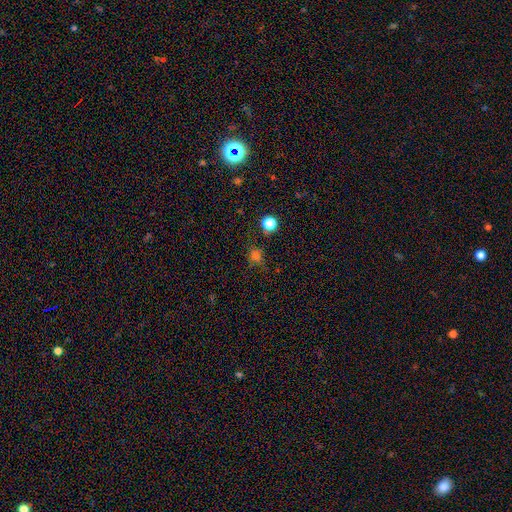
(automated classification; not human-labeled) A smooth galaxy with no disk features (60%) that is round (62%). Merging: none (67%).